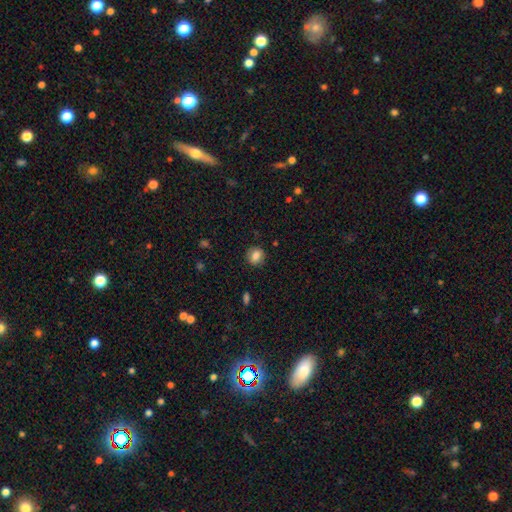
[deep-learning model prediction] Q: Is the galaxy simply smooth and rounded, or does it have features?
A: smooth — 82%.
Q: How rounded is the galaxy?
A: round — 76%.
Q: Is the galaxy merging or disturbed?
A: none — 86%.